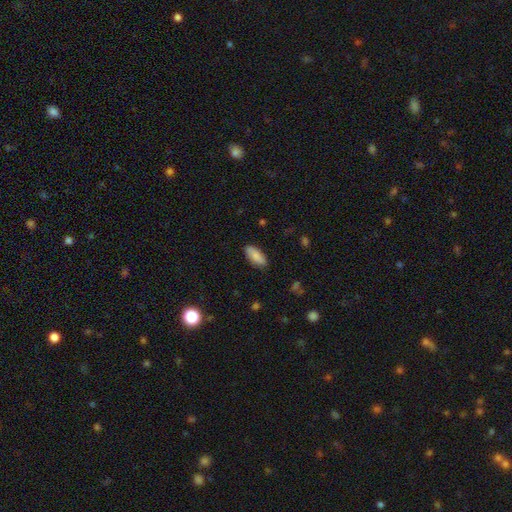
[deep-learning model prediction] A smooth galaxy with no disk features (85%) that is in between round and cigar-shaped (85%). Merging: none (86%).